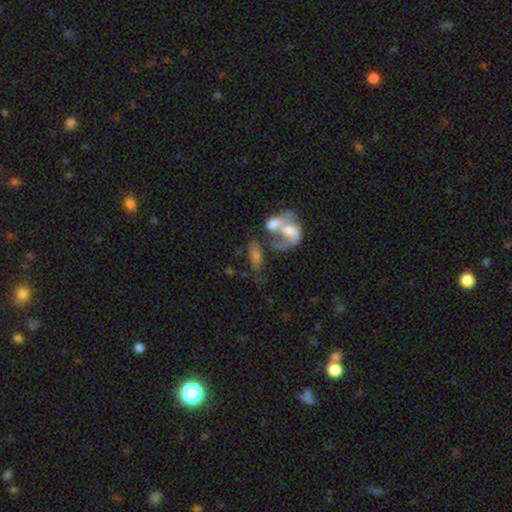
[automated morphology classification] Smooth or featured? smooth (45%)
Merging? merger (51%)